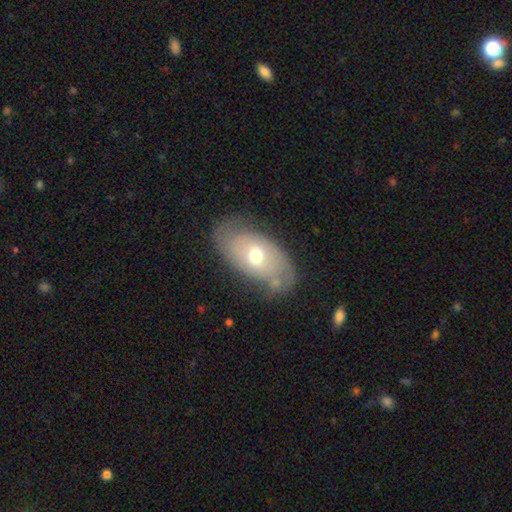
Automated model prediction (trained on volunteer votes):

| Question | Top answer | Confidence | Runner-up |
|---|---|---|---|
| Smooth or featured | featured or disk | 47% | smooth (45%) |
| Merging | none | 61% | minor disturbance (25%) |